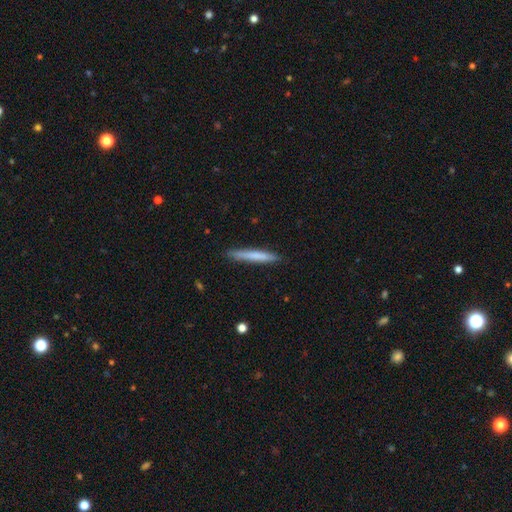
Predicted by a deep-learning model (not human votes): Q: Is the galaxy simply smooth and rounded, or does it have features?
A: smooth — 69%.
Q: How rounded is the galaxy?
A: cigar-shaped — 96%.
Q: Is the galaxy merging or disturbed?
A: none — 89%.